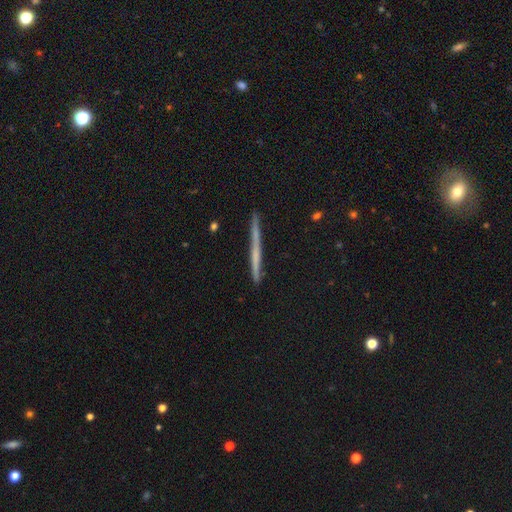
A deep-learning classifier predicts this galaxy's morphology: smooth_or_featured: featured or disk (p=0.51) [alt: smooth p=0.43]
disk_edge_on: yes (p=0.97) [alt: no p=0.03]
merging: none (p=0.88) [alt: minor disturbance p=0.09]